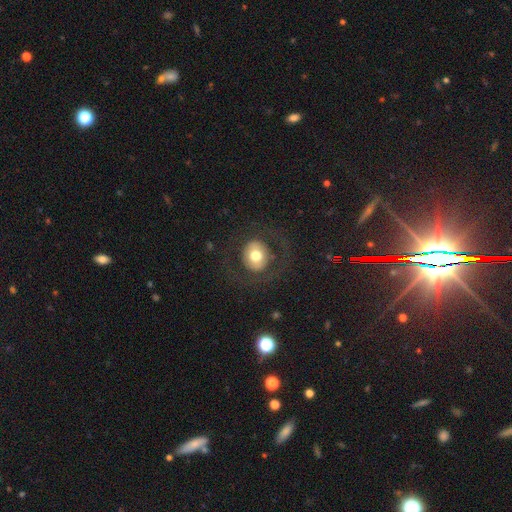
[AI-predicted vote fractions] This is likely a smooth galaxy (61%). How rounded: clearly round (82%). Merging: likely none (77%).